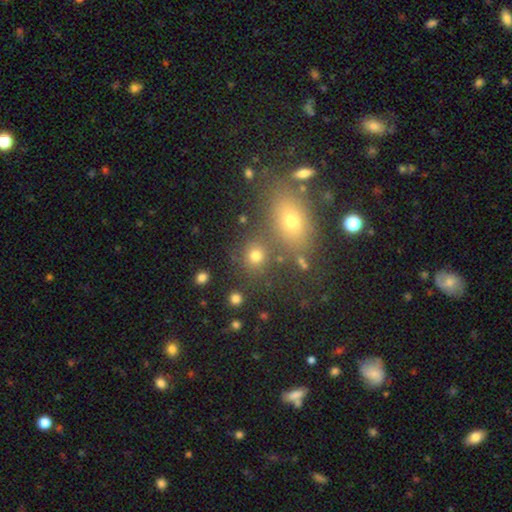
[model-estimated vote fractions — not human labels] A smooth galaxy with no disk features (76%) that is round (81%).

Vote fractions:
- Smooth or featured? smooth: 76% / star or artifact: 17% / featured or disk: 7%
- How rounded? round: 81% / in between: 17% / cigar-shaped: 1%
- Merging? none: 71% / merger: 18% / minor disturbance: 8% / major disturbance: 4%